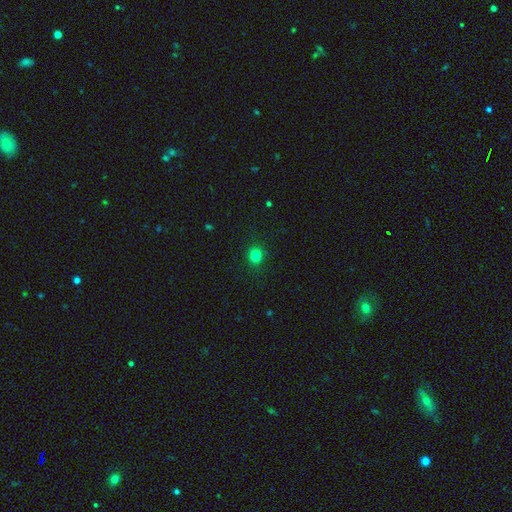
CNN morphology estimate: This appears to be a smooth galaxy with no disk features (78%) that is round (57%). Merging: none (70%).